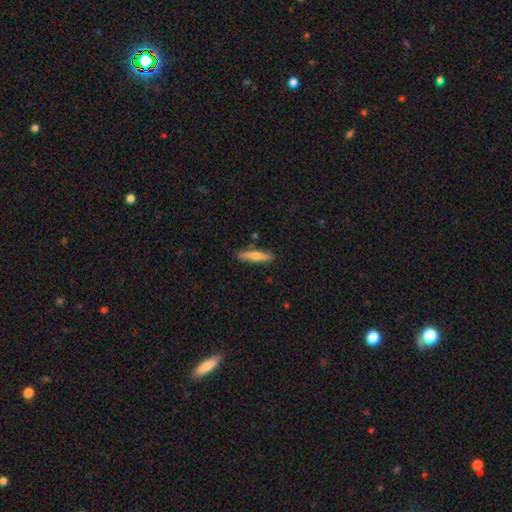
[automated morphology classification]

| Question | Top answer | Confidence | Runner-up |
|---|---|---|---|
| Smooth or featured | smooth | 56% | featured or disk (38%) |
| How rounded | cigar-shaped | 85% | in between (14%) |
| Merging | none | 86% | minor disturbance (10%) |